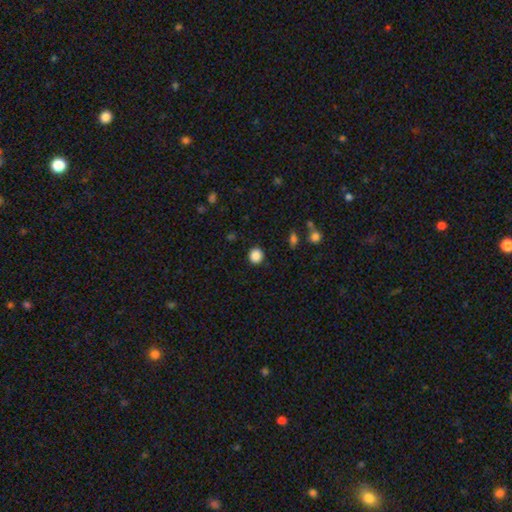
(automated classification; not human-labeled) Smooth or featured?
  - smooth: 87% *
  - star or artifact: 10%
  - featured or disk: 3%
How rounded?
  - round: 91% *
  - in between: 9%
  - cigar-shaped: 1%
Merging?
  - none: 91% *
  - minor disturbance: 6%
  - major disturbance: 2%
  - merger: 1%